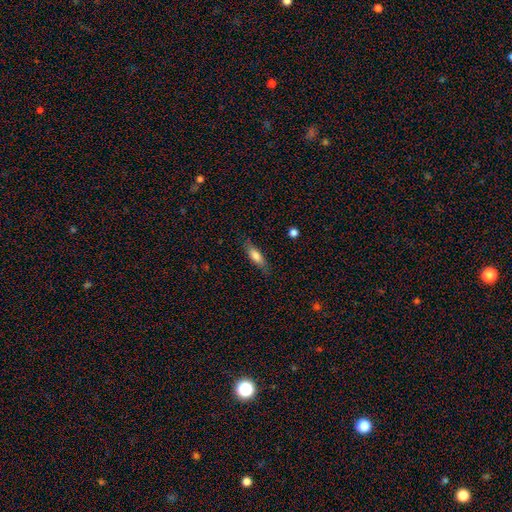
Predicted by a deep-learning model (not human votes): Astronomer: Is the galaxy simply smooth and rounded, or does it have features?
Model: smooth — 73%.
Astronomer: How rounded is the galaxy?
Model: cigar-shaped — 50% (runner-up: in between, 48%).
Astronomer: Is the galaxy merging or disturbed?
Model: none — 82%.